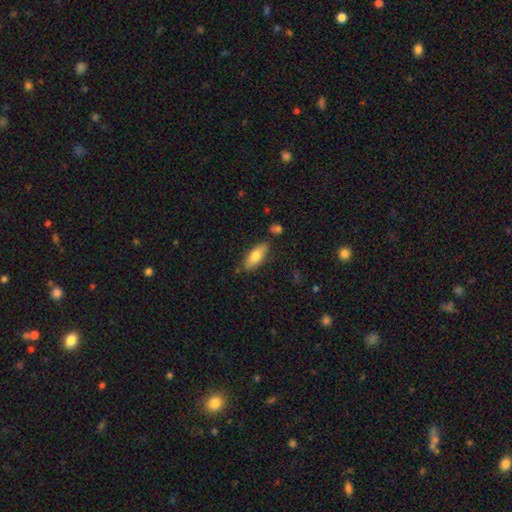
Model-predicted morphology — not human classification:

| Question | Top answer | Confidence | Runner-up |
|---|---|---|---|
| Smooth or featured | smooth | 75% | featured or disk (19%) |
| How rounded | in between | 75% | cigar-shaped (23%) |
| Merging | none | 80% | minor disturbance (14%) |